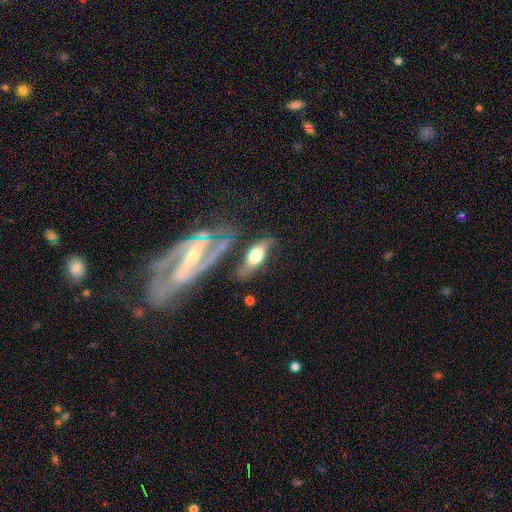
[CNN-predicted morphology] This is possibly a smooth galaxy (52%). How rounded: likely in between (79%). Merging: possibly none (50%).